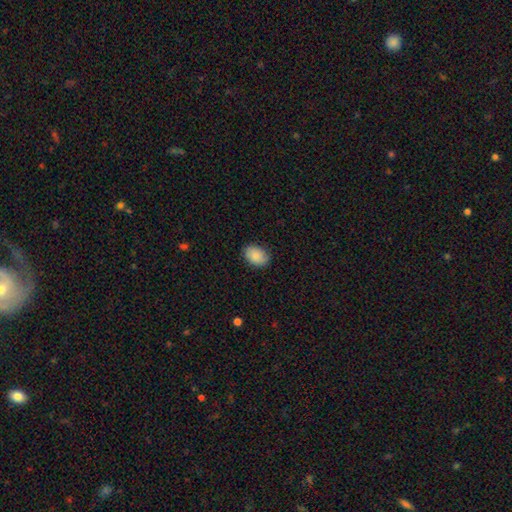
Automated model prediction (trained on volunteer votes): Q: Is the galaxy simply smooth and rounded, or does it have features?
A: smooth — 84%.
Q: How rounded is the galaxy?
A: in between — 80%.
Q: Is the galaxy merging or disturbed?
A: none — 83%.